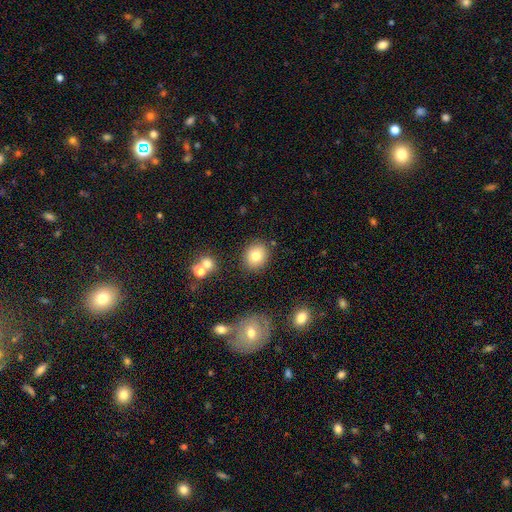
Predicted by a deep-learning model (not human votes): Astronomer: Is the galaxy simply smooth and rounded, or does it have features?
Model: smooth — 79%.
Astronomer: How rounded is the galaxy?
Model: round — 71%.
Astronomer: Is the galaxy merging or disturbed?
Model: none — 84%.